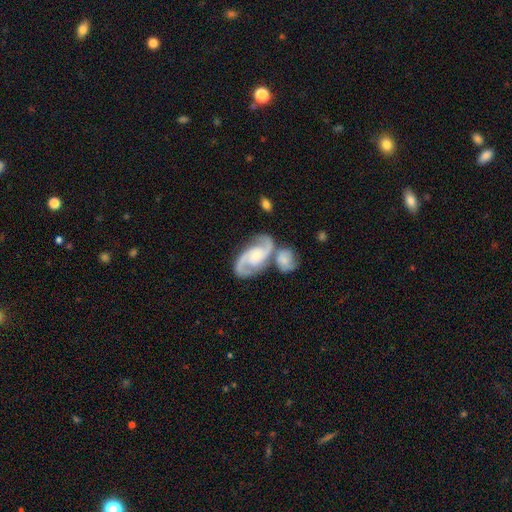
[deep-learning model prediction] This appears to be a featured or disk galaxy (89%) with no bar (57%), 2 (93%) medium (57%) spiral arms (98%) and a small central bulge (49%). Merging: none (44%).